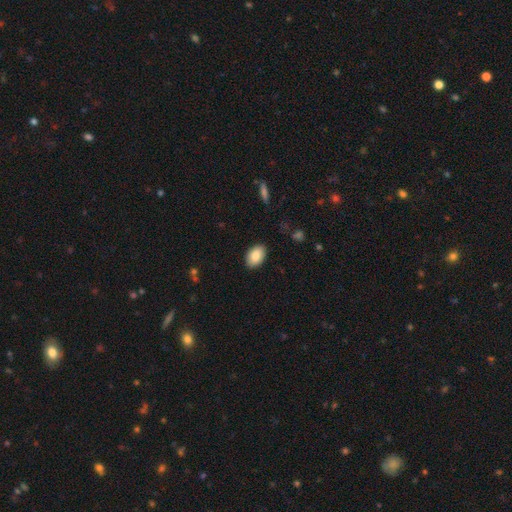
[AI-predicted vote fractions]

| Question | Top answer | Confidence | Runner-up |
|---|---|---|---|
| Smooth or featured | smooth | 86% | featured or disk (8%) |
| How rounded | in between | 91% | round (8%) |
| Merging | none | 88% | minor disturbance (9%) |